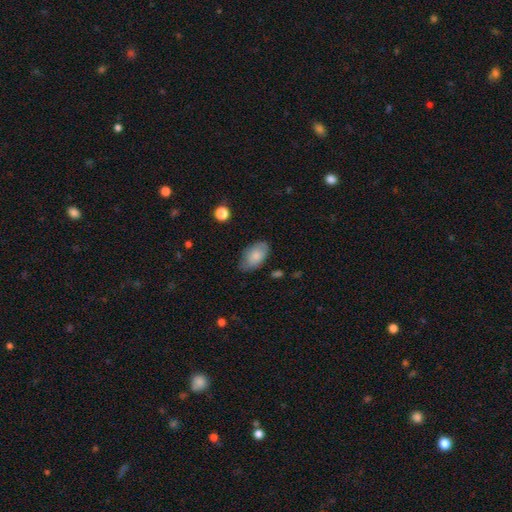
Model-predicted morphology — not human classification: The model was most divided on "merging": none: 68%, minor disturbance: 25%, major disturbance: 5%, merger: 1%. More confident: how rounded — in between (93%); smooth or featured — smooth (77%).